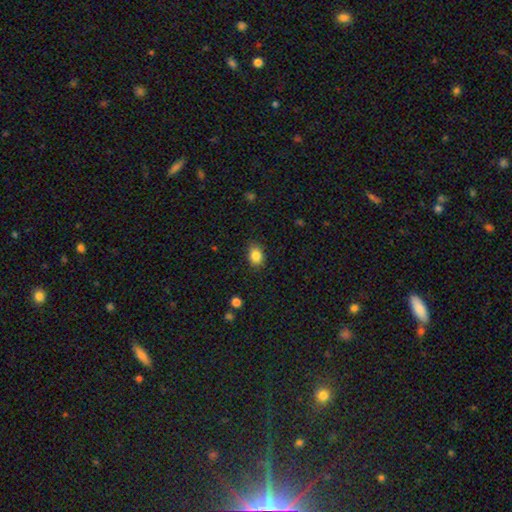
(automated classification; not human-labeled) Smooth or featured: smooth — 85% (star or artifact — 9%)
How rounded: in between — 73% (round — 26%)
Merging: none — 84% (minor disturbance — 12%)